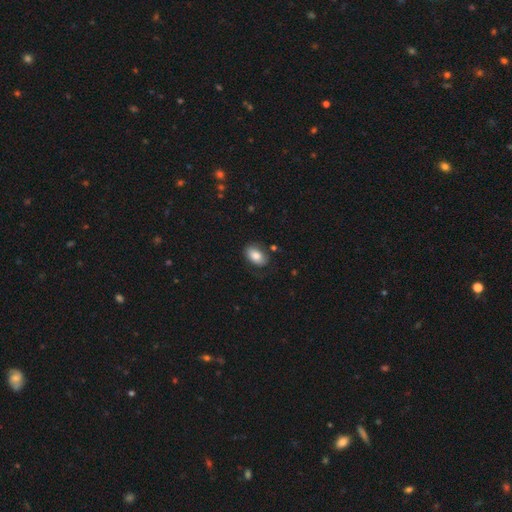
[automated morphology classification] Smooth or featured? Predicted: smooth (p=0.81). How rounded? Predicted: in between (p=0.91). Merging? Predicted: none (p=0.73).